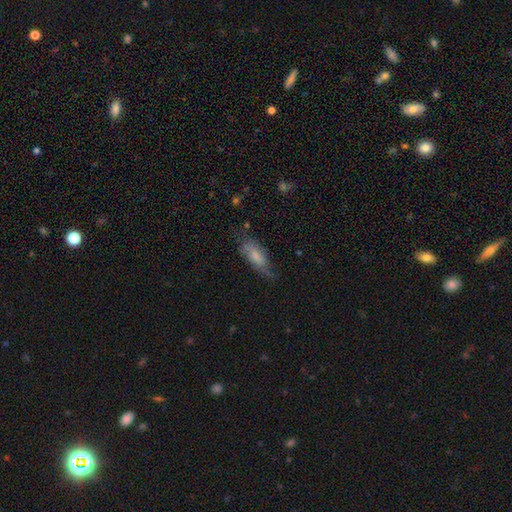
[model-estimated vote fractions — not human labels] Smooth or featured?
  - smooth: 59% *
  - featured or disk: 33%
  - star or artifact: 8%
How rounded?
  - in between: 72% *
  - cigar-shaped: 25%
  - round: 3%
Merging?
  - none: 47% *
  - minor disturbance: 33%
  - major disturbance: 17%
  - merger: 2%